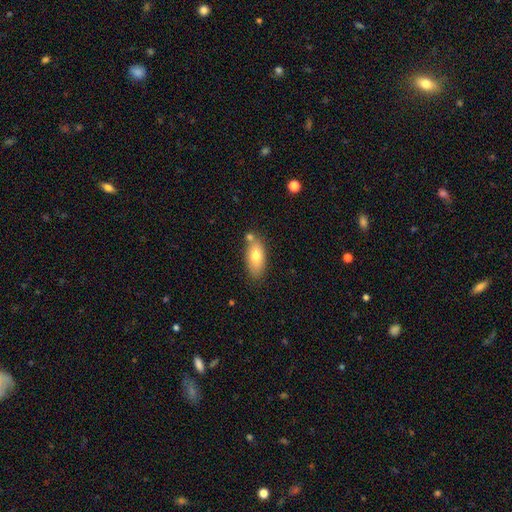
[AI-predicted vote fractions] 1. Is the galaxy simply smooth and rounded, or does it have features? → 75% smooth, 18% featured or disk, 7% star or artifact.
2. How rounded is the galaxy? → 86% in between, 10% cigar-shaped, 4% round.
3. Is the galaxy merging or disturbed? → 68% none, 16% minor disturbance, 12% merger, 4% major disturbance.